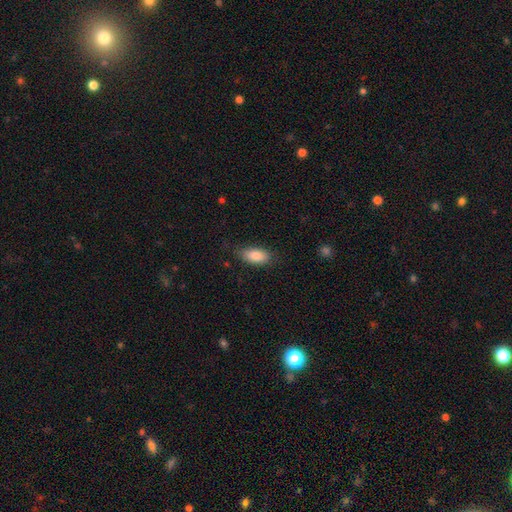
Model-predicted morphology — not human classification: The model was most divided on "merging": none: 79%, minor disturbance: 16%, major disturbance: 4%, merger: 1%. More confident: how rounded — in between (90%); smooth or featured — smooth (85%).